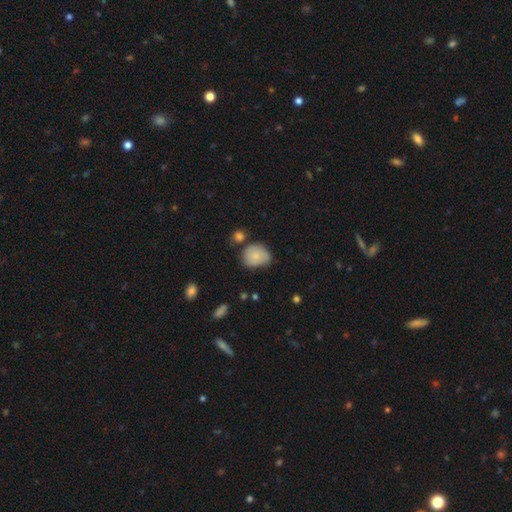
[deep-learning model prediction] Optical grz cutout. It shows a smooth galaxy with no disk features (72%) that is round (64%). Merging: none (49%).